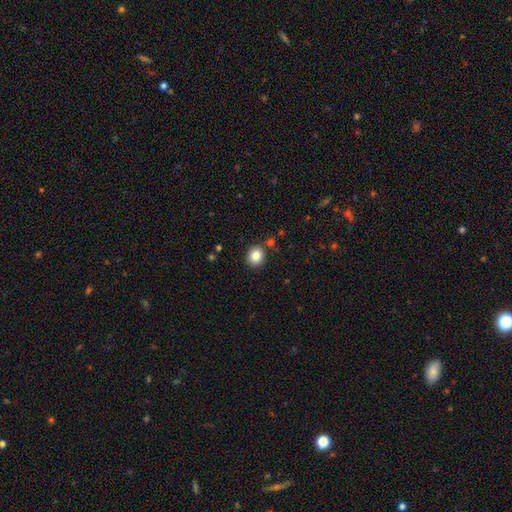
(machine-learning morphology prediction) Q: Smooth or featured?
A: smooth (82%); runner-up: star or artifact (10%)
Q: How rounded?
A: round (73%); runner-up: in between (27%)
Q: Merging?
A: none (86%); runner-up: minor disturbance (8%)